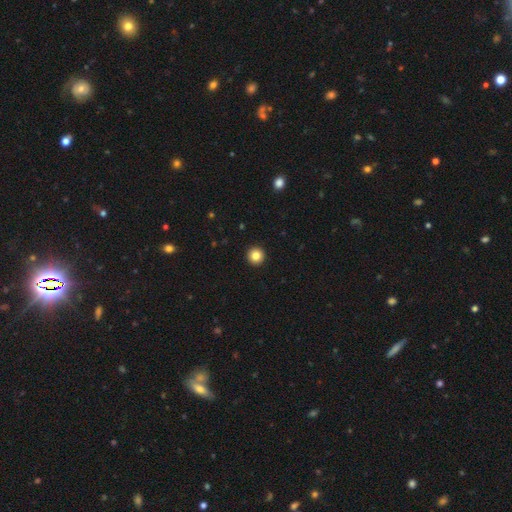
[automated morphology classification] A smooth galaxy with no disk features (84%) that is round (96%). Merging: none (94%).